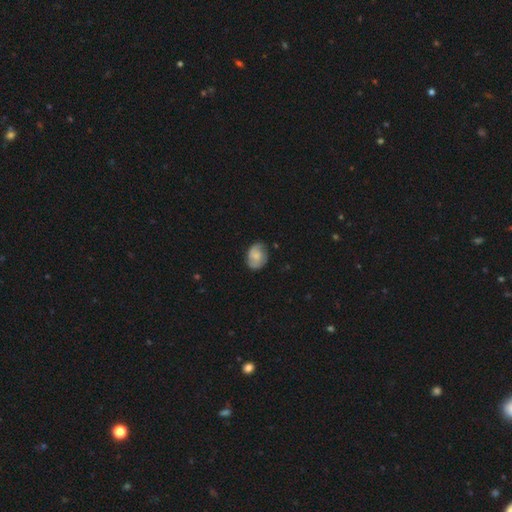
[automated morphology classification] A smooth galaxy with no disk features (57%) that is in between round and cigar-shaped (61%).

Vote fractions:
- Smooth or featured? smooth: 57% / featured or disk: 36% / star or artifact: 7%
- How rounded? in between: 61% / round: 38% / cigar-shaped: 1%
- Merging? none: 70% / minor disturbance: 24% / major disturbance: 5% / merger: 1%